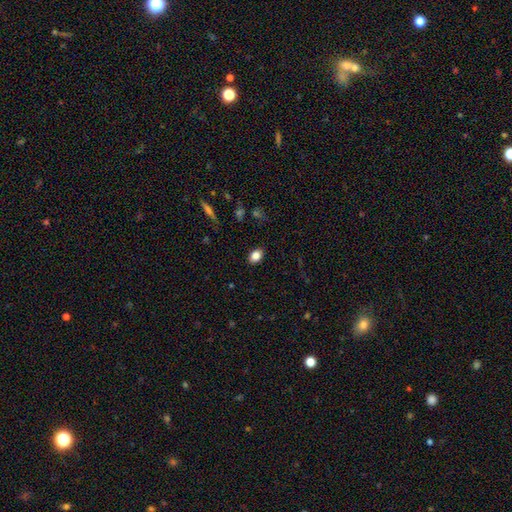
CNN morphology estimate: smooth 84%, star or artifact 9%, featured or disk 7%. Down the decision tree: how rounded — in between (78%); merging — none (87%).